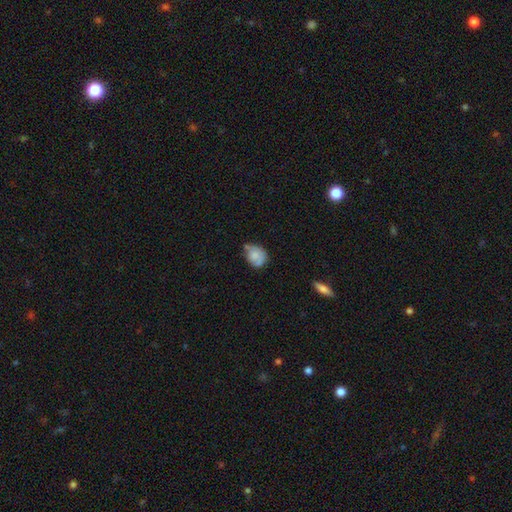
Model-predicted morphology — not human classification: A smooth galaxy with no disk features (72%) that is in between round and cigar-shaped (50%). Merging: none (41%).